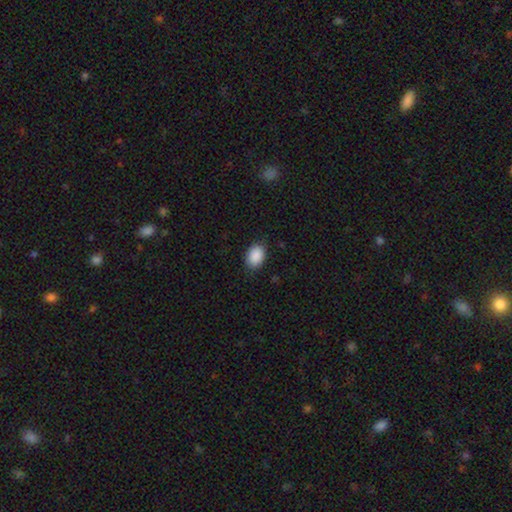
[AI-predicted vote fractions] Smooth or featured?
  - smooth: 90% *
  - star or artifact: 7%
  - featured or disk: 3%
How rounded?
  - in between: 81% *
  - round: 18%
  - cigar-shaped: 1%
Merging?
  - none: 85% *
  - minor disturbance: 12%
  - major disturbance: 3%
  - merger: 1%